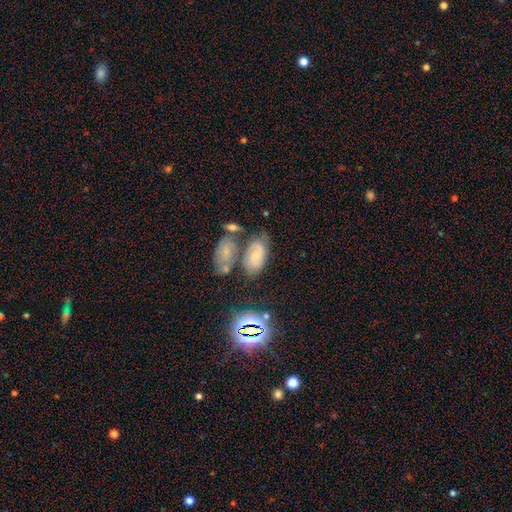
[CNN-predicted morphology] type=smooth (42%); merging=none (46%).